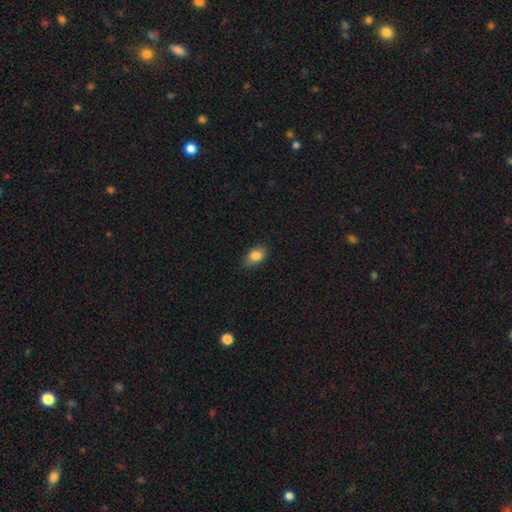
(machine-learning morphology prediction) smooth 85%, star or artifact 8%, featured or disk 7%. Down the decision tree: how rounded — in between (83%); merging — none (80%).